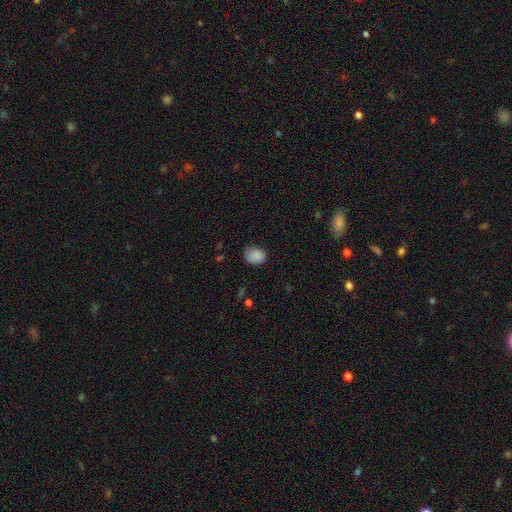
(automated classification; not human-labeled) smooth-or-featured: smooth: 85% | star or artifact: 9% | featured or disk: 6%
  how-rounded: in between: 54% | round: 45% | cigar-shaped: 1%
  merging: none: 64% | minor disturbance: 28% | major disturbance: 6% | merger: 1%